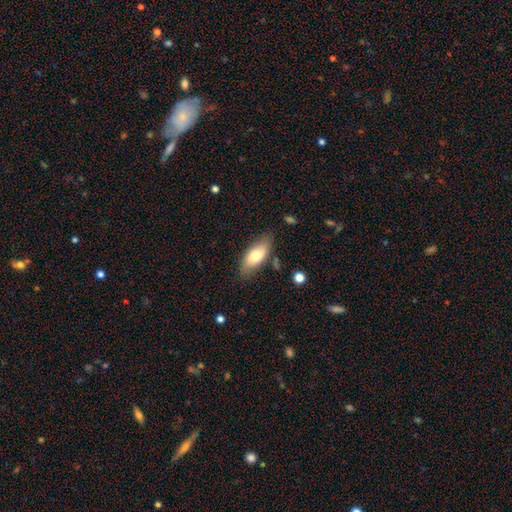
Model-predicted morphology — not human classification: type=smooth (72%); roundness=in between (85%); merging=none (78%).